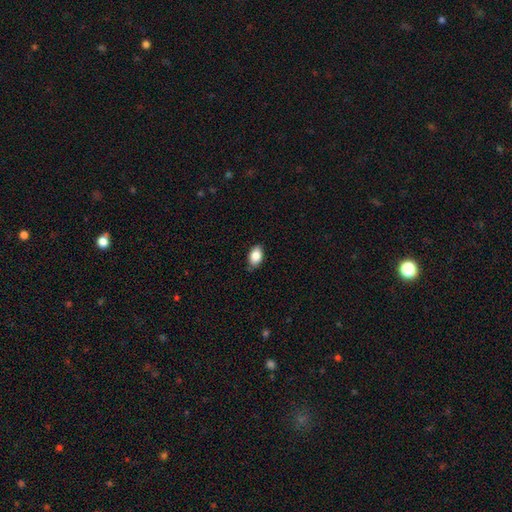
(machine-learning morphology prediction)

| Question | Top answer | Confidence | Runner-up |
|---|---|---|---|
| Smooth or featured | smooth | 86% | star or artifact (7%) |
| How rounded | in between | 90% | round (8%) |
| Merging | none | 82% | minor disturbance (15%) |